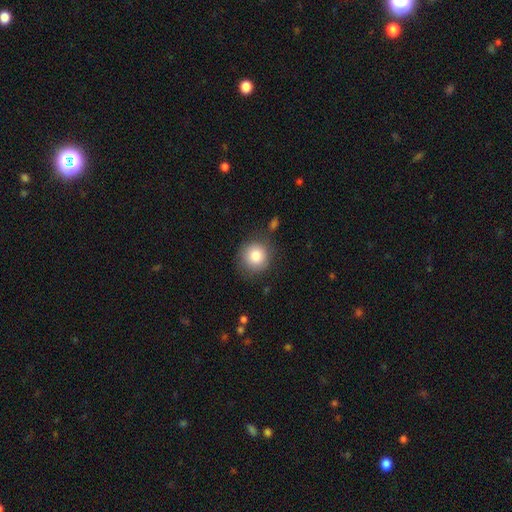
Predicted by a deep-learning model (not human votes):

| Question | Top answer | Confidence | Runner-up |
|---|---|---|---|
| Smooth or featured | smooth | 83% | star or artifact (9%) |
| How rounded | round | 91% | in between (8%) |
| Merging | none | 79% | minor disturbance (13%) |